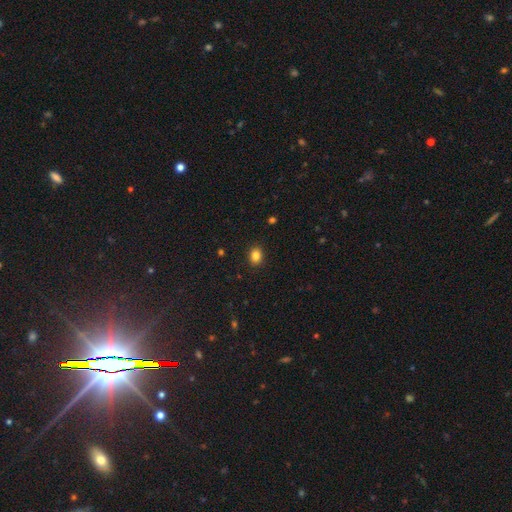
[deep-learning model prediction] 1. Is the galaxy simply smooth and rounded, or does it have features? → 84% smooth, 11% star or artifact, 5% featured or disk.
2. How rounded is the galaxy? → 50% in between, 49% round, 1% cigar-shaped.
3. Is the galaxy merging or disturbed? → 90% none, 7% minor disturbance, 2% major disturbance, 1% merger.